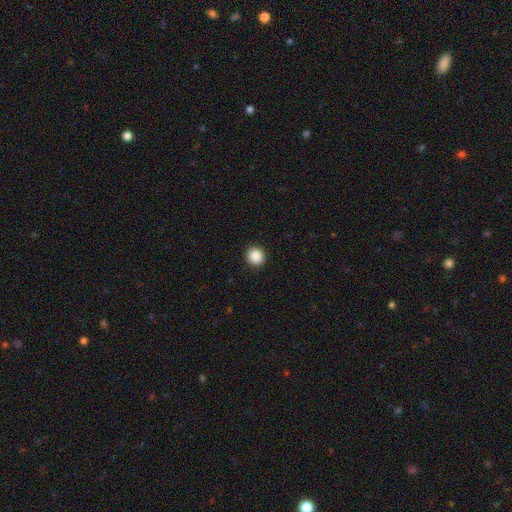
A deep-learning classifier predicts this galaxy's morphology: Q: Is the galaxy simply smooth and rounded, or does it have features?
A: smooth — 88%.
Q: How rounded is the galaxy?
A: round — 90%.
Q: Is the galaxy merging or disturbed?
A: none — 93%.